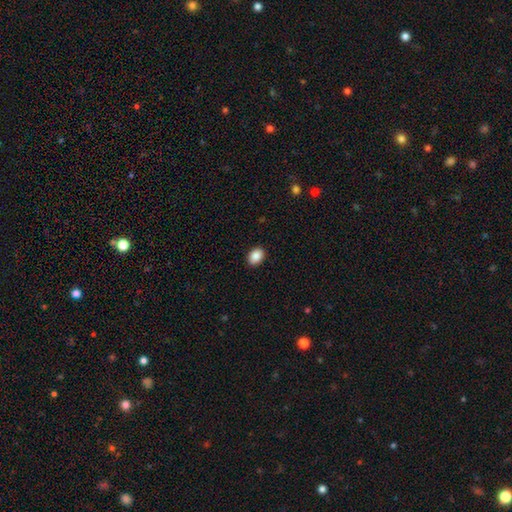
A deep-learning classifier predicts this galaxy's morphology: A smooth galaxy with no disk features (89%) that is in between round and cigar-shaped (72%). Merging: none (90%).